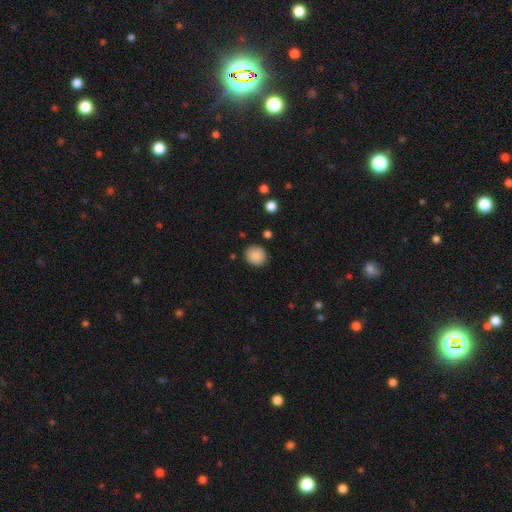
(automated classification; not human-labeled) Smooth or featured?
  - smooth: 87% *
  - star or artifact: 9%
  - featured or disk: 4%
How rounded?
  - round: 79% *
  - in between: 20%
  - cigar-shaped: 1%
Merging?
  - none: 87% *
  - minor disturbance: 9%
  - major disturbance: 2%
  - merger: 2%